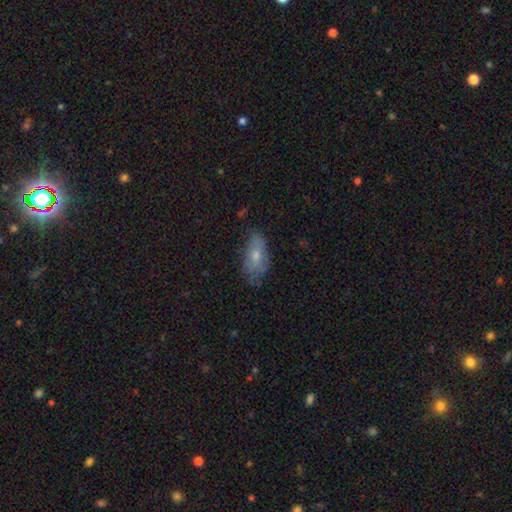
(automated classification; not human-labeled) Smooth or featured? smooth (65%)
How rounded? in between (89%)
Merging? none (61%)